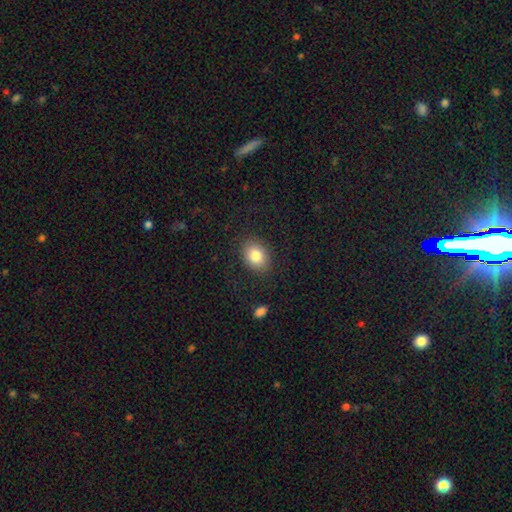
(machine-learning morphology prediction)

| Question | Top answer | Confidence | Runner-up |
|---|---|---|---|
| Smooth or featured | smooth | 82% | featured or disk (9%) |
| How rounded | in between | 68% | round (31%) |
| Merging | none | 85% | minor disturbance (10%) |